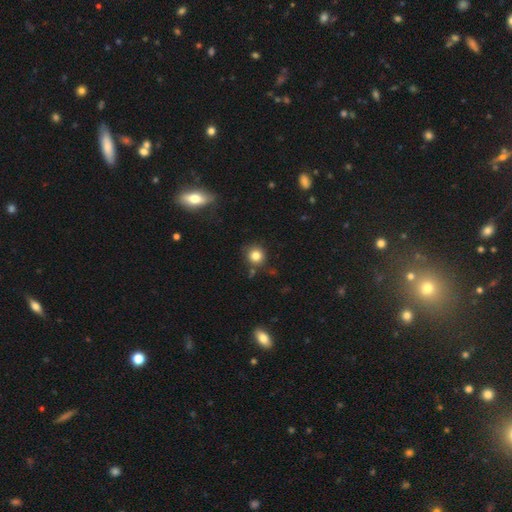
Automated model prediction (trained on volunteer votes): Overall: smooth (82%). How rounded: round (91%). Merging: none (82%).